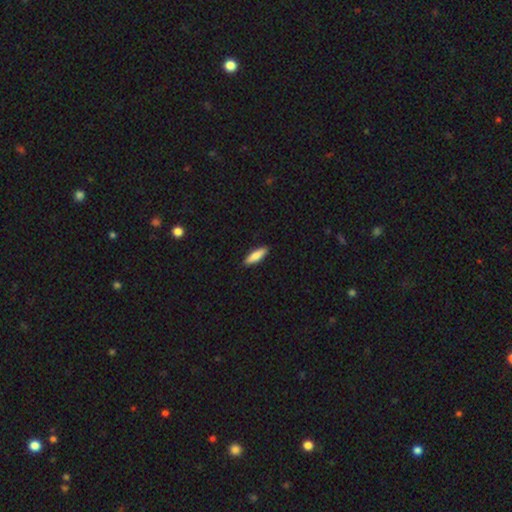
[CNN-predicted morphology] Smooth or featured: smooth — 81% (featured or disk — 13%)
How rounded: cigar-shaped — 58% (in between — 41%)
Merging: none — 90% (minor disturbance — 7%)